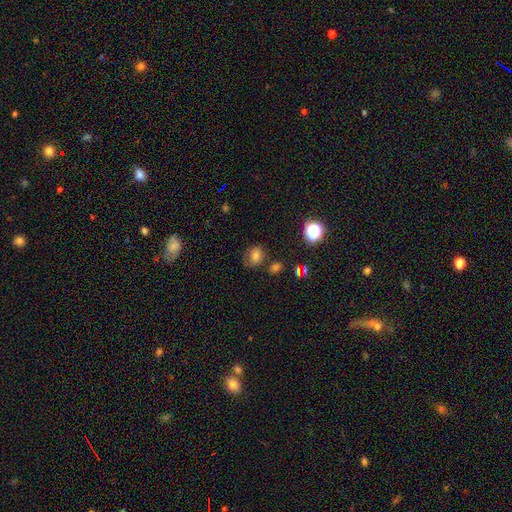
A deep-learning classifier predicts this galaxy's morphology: The model was most divided on "how rounded": round: 57%, in between: 42%, cigar-shaped: 1%. More confident: smooth or featured — smooth (72%); merging — none (68%).